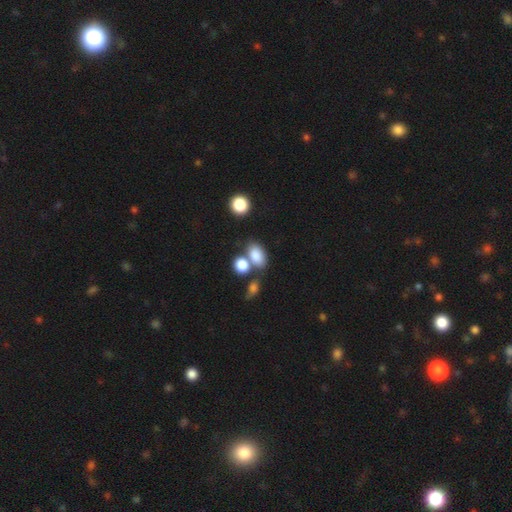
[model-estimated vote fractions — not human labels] This is clearly a smooth galaxy (82%). How rounded: clearly in between (82%). Merging: possibly none (50%).